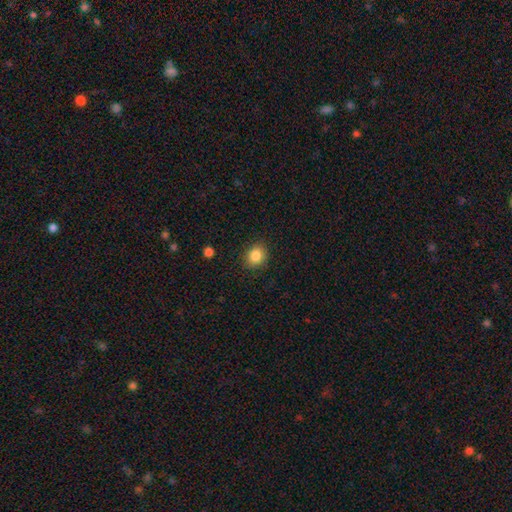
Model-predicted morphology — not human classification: Smooth or featured? smooth (85%)
How rounded? round (67%)
Merging? none (88%)